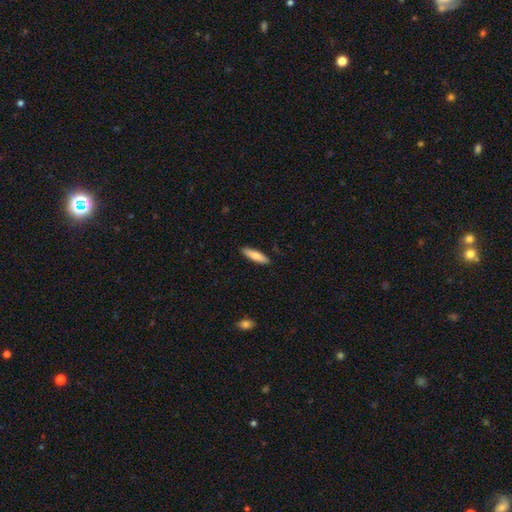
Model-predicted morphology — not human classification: Q: Smooth or featured?
A: smooth (80%); runner-up: featured or disk (15%)
Q: How rounded?
A: cigar-shaped (68%); runner-up: in between (31%)
Q: Merging?
A: none (89%); runner-up: minor disturbance (8%)